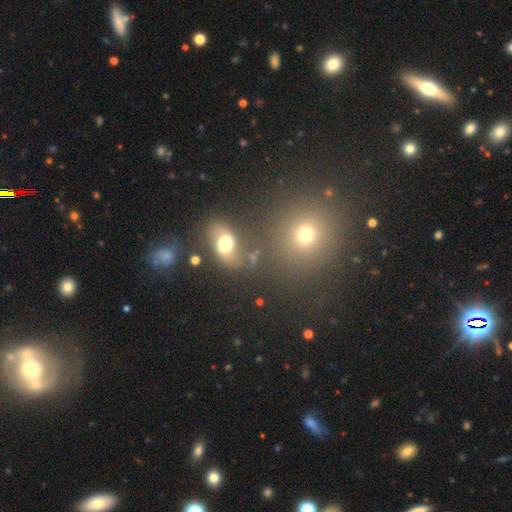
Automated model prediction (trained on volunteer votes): The model was most divided on "smooth or featured": smooth: 48%, featured or disk: 26%, star or artifact: 26%. More confident: merging — none (61%).